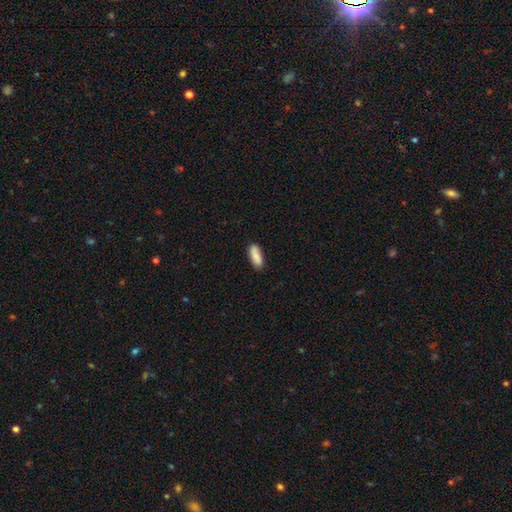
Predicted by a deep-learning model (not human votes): smooth 84%, featured or disk 10%, star or artifact 6%. Down the decision tree: how rounded — in between (73%); merging — none (84%).